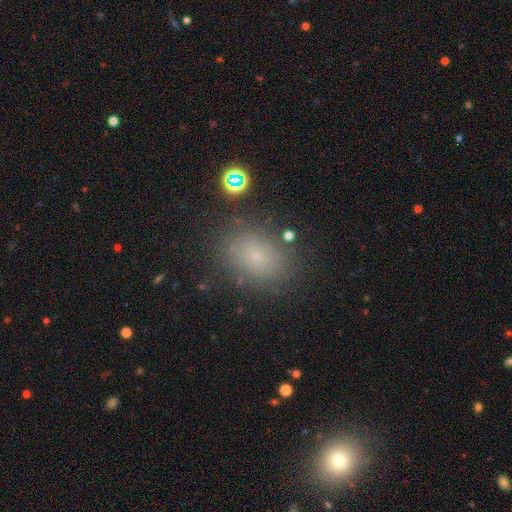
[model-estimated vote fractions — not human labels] This is likely a smooth galaxy (71%). How rounded: likely in between (61%). Merging: clearly none (84%).